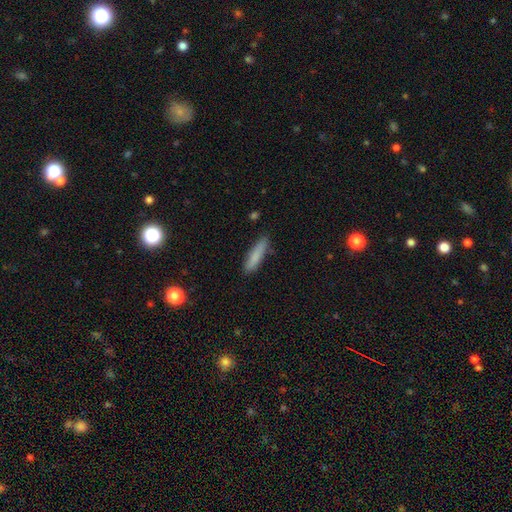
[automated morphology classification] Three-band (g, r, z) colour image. It shows a smooth galaxy with no disk features (83%) that is cigar-shaped (82%). Merging: none (82%).